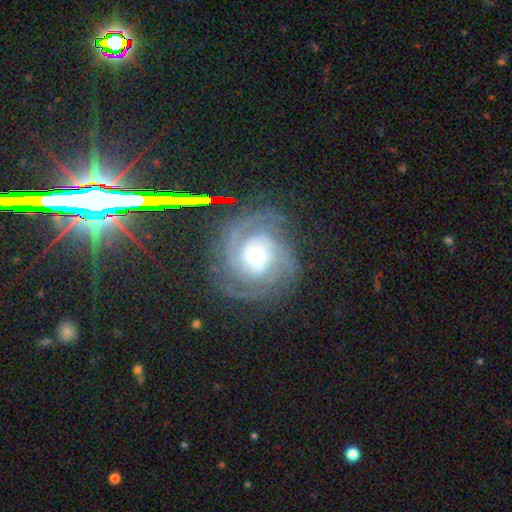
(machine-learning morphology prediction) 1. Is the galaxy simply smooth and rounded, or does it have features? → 88% featured or disk, 6% star or artifact, 6% smooth.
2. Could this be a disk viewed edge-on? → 98% no, 2% yes.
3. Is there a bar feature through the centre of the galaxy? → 62% no, 28% weak, 11% strong.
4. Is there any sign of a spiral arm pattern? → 98% yes, 2% no.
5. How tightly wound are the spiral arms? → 64% tight, 30% medium, 6% loose.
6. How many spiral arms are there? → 29% 3, 26% 2, 19% can't tell, 12% 4, 7% more than 4, 7% 1.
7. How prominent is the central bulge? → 48% moderate, 41% small, 8% large, 1% dominant, 1% none.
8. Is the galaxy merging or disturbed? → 76% none, 15% minor disturbance, 8% major disturbance, 2% merger.